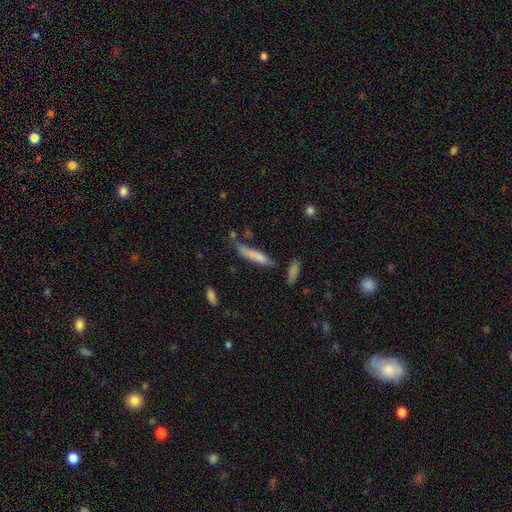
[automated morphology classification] A smooth galaxy with no disk features (68%) that is cigar-shaped (87%). Merging: none (55%).